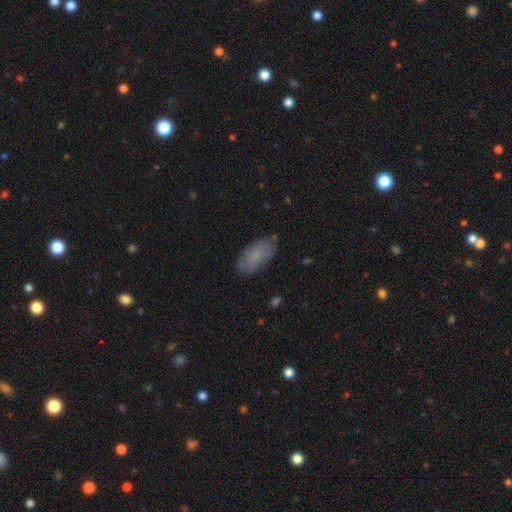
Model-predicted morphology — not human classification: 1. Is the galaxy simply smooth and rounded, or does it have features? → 75% smooth, 18% featured or disk, 7% star or artifact.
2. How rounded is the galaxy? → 91% in between, 7% cigar-shaped, 3% round.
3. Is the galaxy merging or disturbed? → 79% none, 16% minor disturbance, 3% major disturbance, 1% merger.